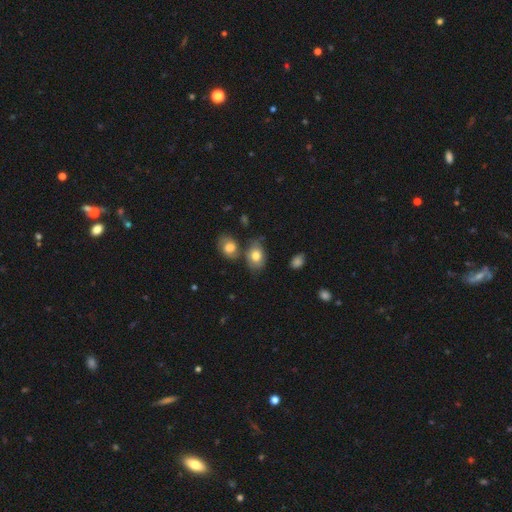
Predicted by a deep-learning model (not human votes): Smooth or featured: smooth — 76% (featured or disk — 15%)
How rounded: in between — 80% (round — 19%)
Merging: none — 60% (minor disturbance — 18%)